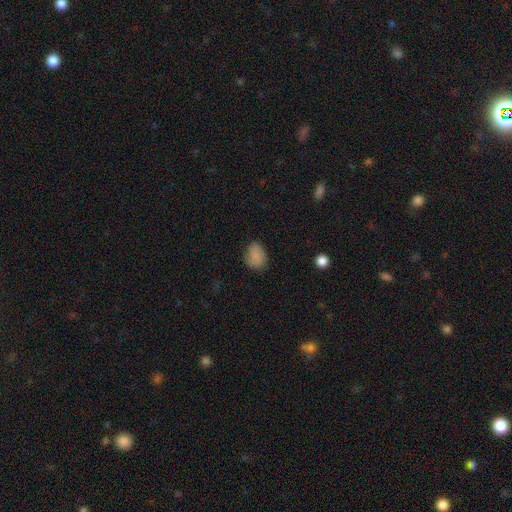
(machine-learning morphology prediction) The model was most divided on "how rounded": in between: 66%, round: 33%, cigar-shaped: 1%. More confident: smooth or featured — smooth (82%); merging — none (73%).